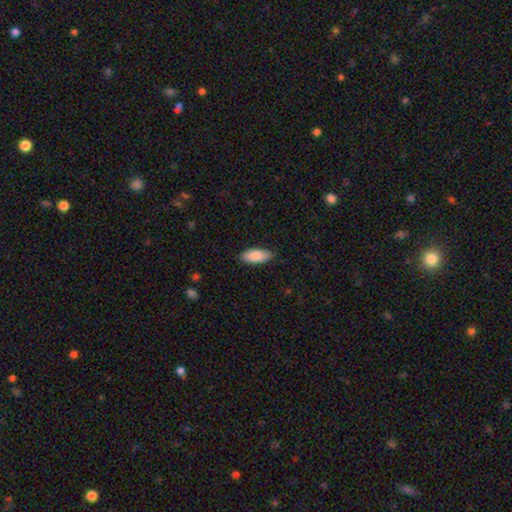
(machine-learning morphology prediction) A smooth galaxy with no disk features (89%) that is in between round and cigar-shaped (85%). Merging: none (83%).